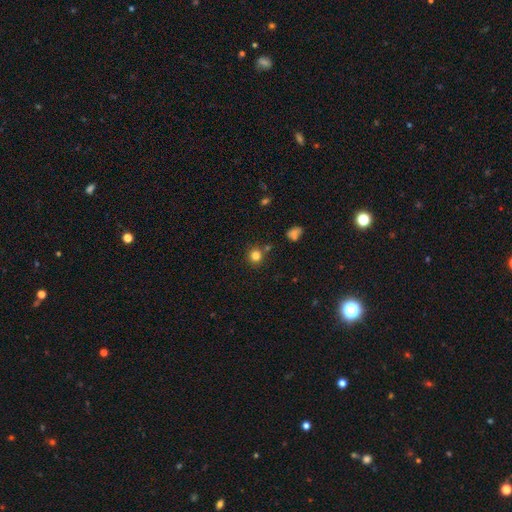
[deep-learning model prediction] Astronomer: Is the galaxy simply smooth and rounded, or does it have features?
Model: smooth — 81%.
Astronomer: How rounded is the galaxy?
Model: round — 89%.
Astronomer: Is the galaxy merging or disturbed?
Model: none — 80%.